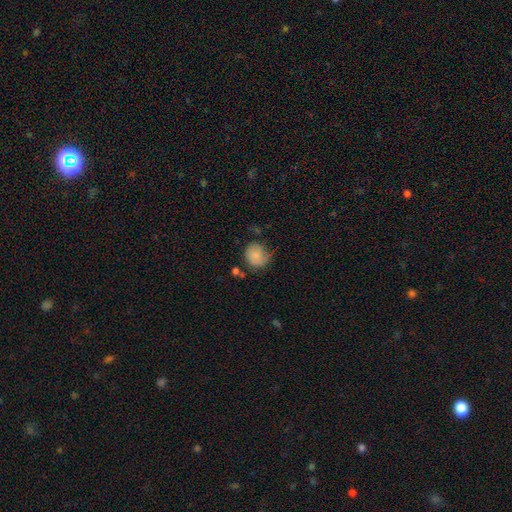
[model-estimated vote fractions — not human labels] Smooth or featured? Predicted: smooth (p=0.78). How rounded? Predicted: round (p=0.78). Merging? Predicted: none (p=0.56).